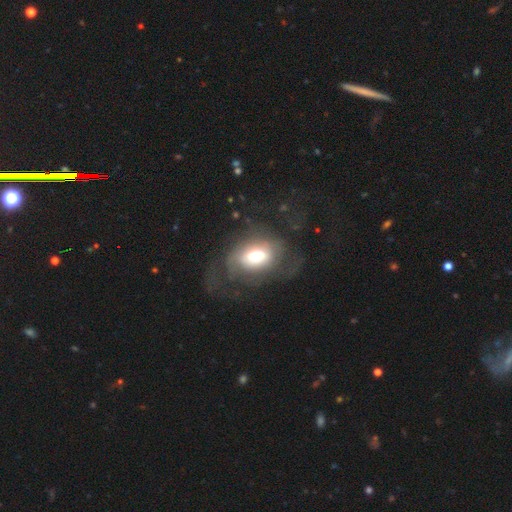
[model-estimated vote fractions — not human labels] Q: Smooth or featured?
A: featured or disk (47%); runner-up: smooth (44%)
Q: Merging?
A: none (45%); runner-up: major disturbance (35%)